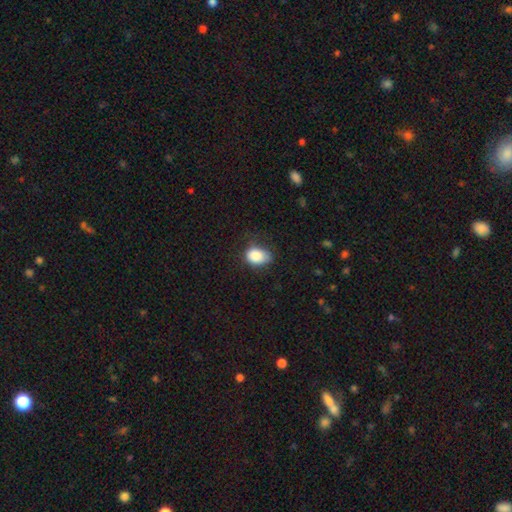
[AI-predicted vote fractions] This is clearly a smooth galaxy (85%). How rounded: likely in between (71%). Merging: possibly none (55%).